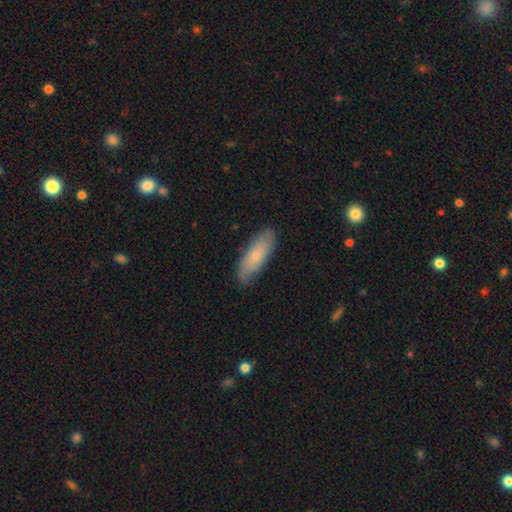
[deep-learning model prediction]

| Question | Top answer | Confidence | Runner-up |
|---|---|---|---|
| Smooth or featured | smooth | 71% | featured or disk (24%) |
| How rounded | in between | 60% | cigar-shaped (38%) |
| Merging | none | 81% | minor disturbance (15%) |